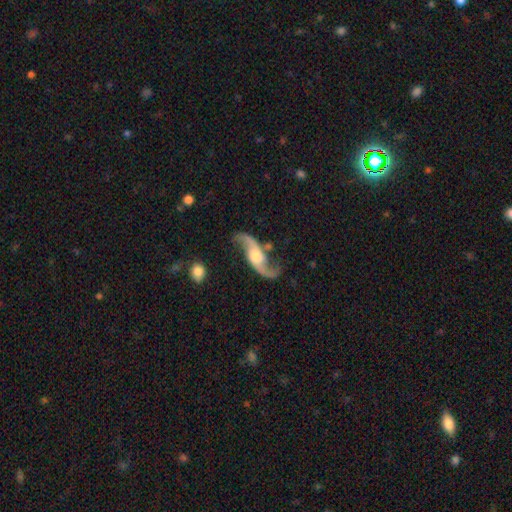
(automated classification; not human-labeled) Q: Smooth or featured?
A: featured or disk (91%); runner-up: smooth (5%)
Q: Edge-on disk?
A: no (94%); runner-up: yes (6%)
Q: Bar?
A: no (57%); runner-up: weak (31%)
Q: Spiral arms?
A: yes (97%); runner-up: no (3%)
Q: Spiral winding?
A: loose (85%); runner-up: medium (12%)
Q: Spiral arm count?
A: 2 (94%); runner-up: 1 (2%)
Q: Bulge size?
A: moderate (52%); runner-up: small (23%)
Q: Merging?
A: none (76%); runner-up: minor disturbance (13%)